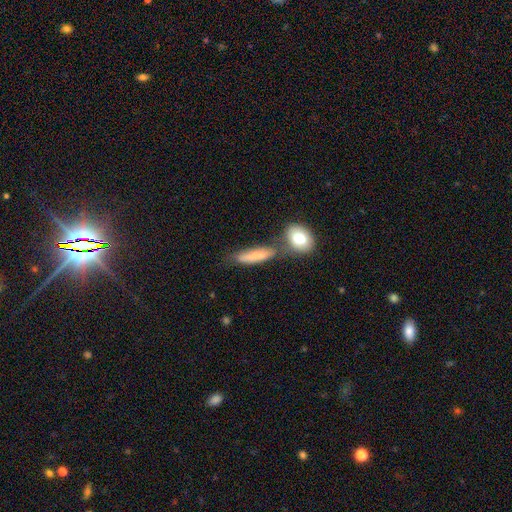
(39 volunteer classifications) smooth_or_featured: smooth (p=0.77) [alt: featured or disk p=0.13]
how_rounded: cigar-shaped (p=0.63) [alt: in between p=0.30]
merging: merger (p=0.46) [alt: none p=0.43]